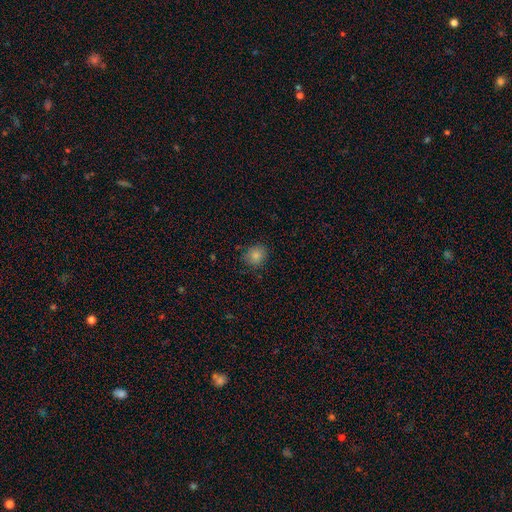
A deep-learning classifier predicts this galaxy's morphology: This appears to be a smooth galaxy with no disk features (84%) that is round (68%). Merging: none (81%).